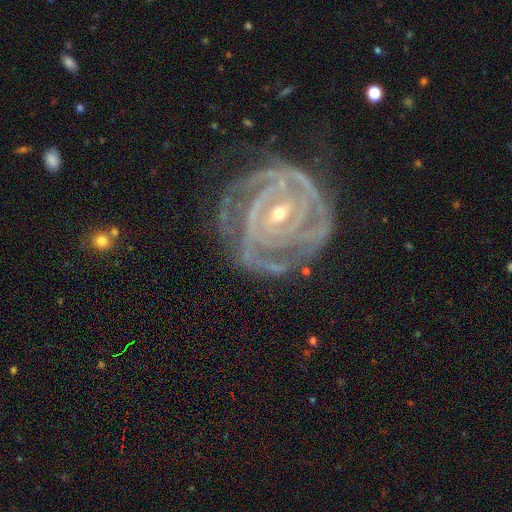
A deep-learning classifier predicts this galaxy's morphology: Smooth or featured? Predicted: featured or disk (p=0.88). Edge-on disk? Predicted: no (p=0.97). Bar? Predicted: no (p=0.44). Spiral arms? Predicted: yes (p=0.98). Spiral winding? Predicted: tight (p=0.80). Spiral arm count? Predicted: 3 (p=0.30). Bulge size? Predicted: small (p=0.70). Merging? Predicted: none (p=0.74).